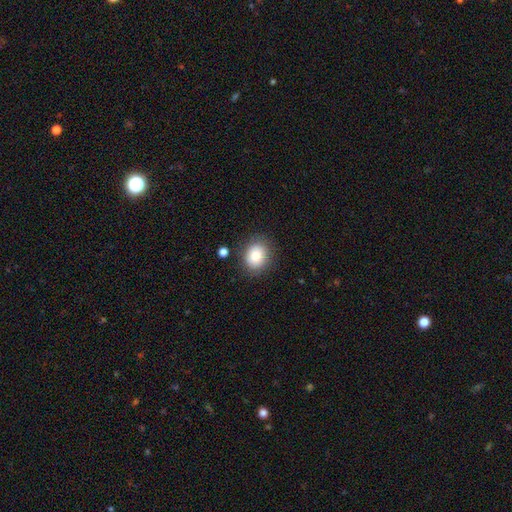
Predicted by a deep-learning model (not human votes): Overall: smooth (78%). How rounded: round (65%; in between 34%). Merging: none (84%).